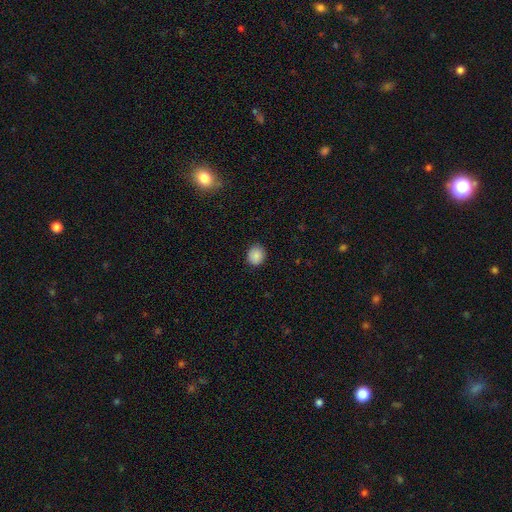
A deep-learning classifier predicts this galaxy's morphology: A smooth galaxy with no disk features (87%) that is round (81%).

Vote fractions:
- Smooth or featured? smooth: 87% / star or artifact: 9% / featured or disk: 4%
- How rounded? round: 81% / in between: 18% / cigar-shaped: 1%
- Merging? none: 89% / minor disturbance: 8% / major disturbance: 2% / merger: 1%